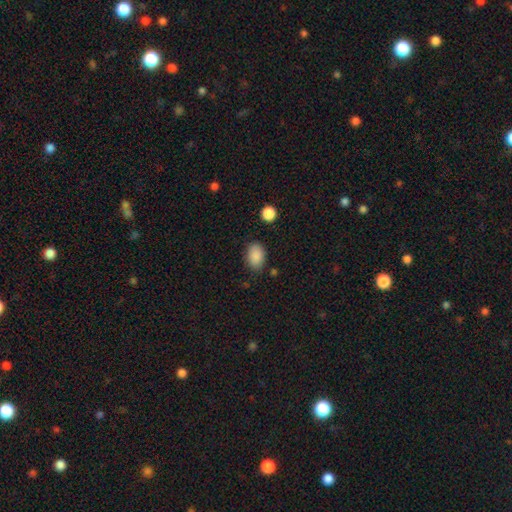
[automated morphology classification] A smooth galaxy with no disk features (88%) that is in between round and cigar-shaped (83%).

Vote fractions:
- Smooth or featured? smooth: 88% / star or artifact: 8% / featured or disk: 4%
- How rounded? in between: 83% / round: 16% / cigar-shaped: 1%
- Merging? none: 81% / minor disturbance: 14% / major disturbance: 3% / merger: 2%